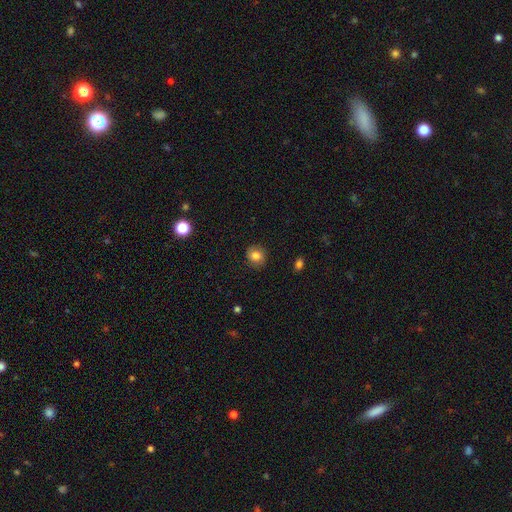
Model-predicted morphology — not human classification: This is clearly a smooth galaxy (80%). How rounded: likely round (77%). Merging: clearly none (86%).